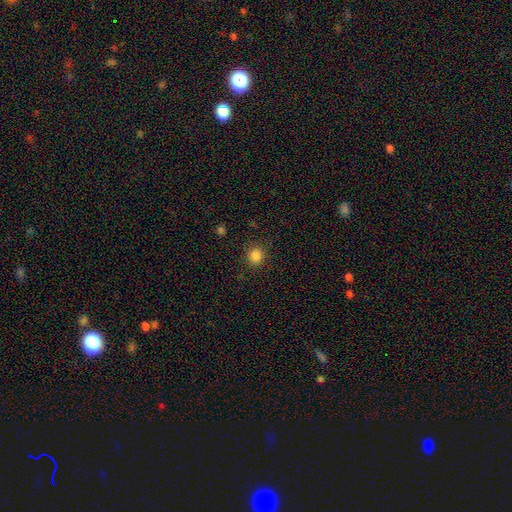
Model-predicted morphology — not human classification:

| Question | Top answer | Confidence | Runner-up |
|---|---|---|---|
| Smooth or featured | smooth | 84% | star or artifact (12%) |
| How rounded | round | 79% | in between (20%) |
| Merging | none | 88% | minor disturbance (8%) |